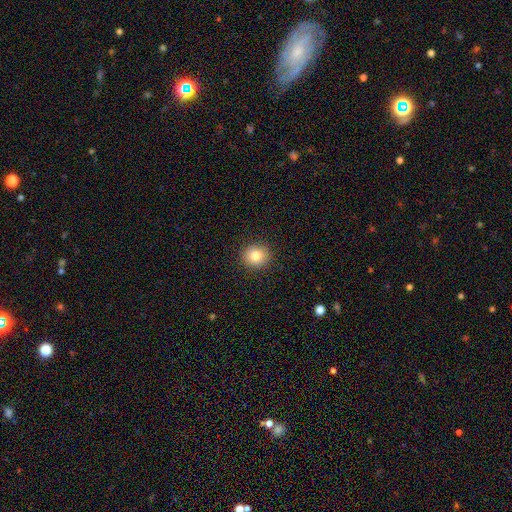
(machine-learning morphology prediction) Overall: smooth (82%). How rounded: round (89%). Merging: none (91%).